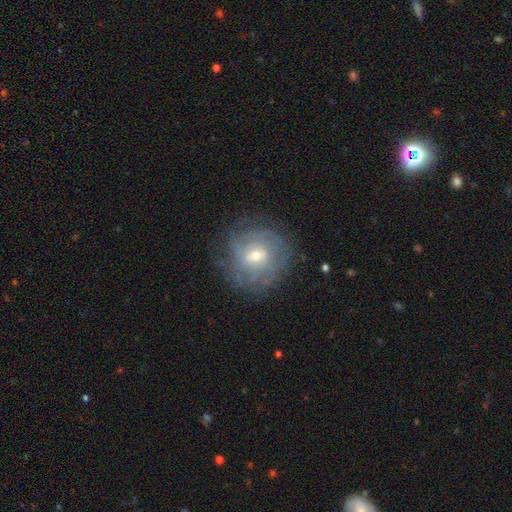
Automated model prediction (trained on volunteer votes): Smooth or featured: featured or disk — 68% (smooth — 24%)
Edge-on disk: no — 97% (yes — 3%)
Bar: weak — 46% (tied with no — 46%)
Spiral arms: yes — 79% (no — 21%)
Spiral winding: tight — 60% (medium — 28%)
Spiral arm count: can't tell — 56% (2 — 14%)
Bulge size: moderate — 55% (small — 39%)
Merging: none — 73% (minor disturbance — 17%)